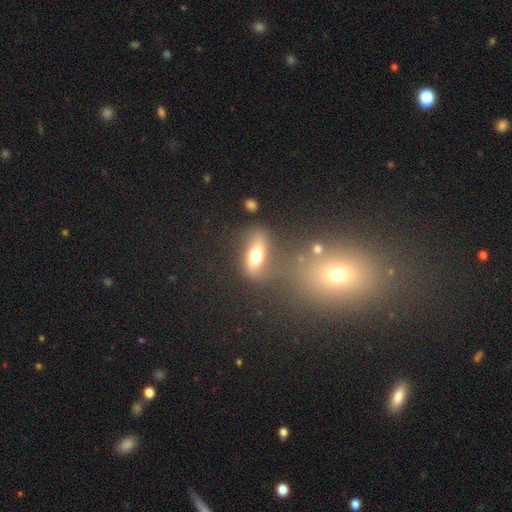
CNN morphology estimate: type=smooth (62%); roundness=in between (66%); merging=none (62%).